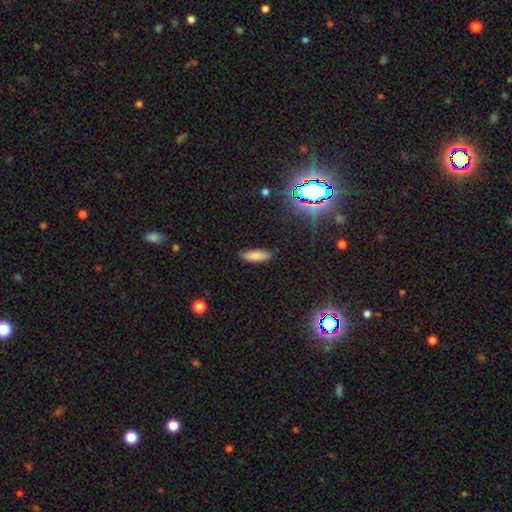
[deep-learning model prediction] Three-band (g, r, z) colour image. It shows a smooth galaxy with no disk features (82%) that is in between round and cigar-shaped (55%). Merging: none (86%).